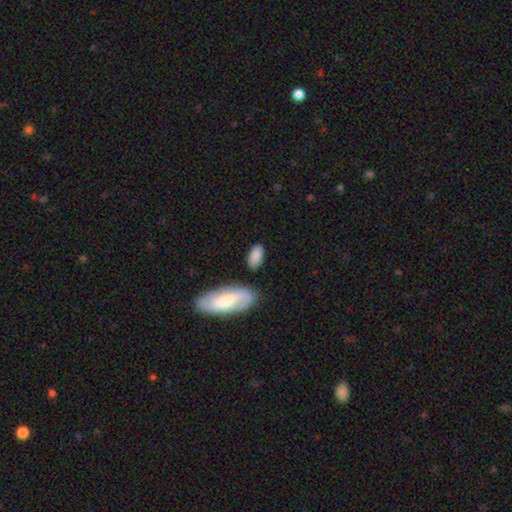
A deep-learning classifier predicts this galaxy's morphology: Smooth or featured? Predicted: smooth (p=0.84). How rounded? Predicted: in between (p=0.91). Merging? Predicted: none (p=0.74).